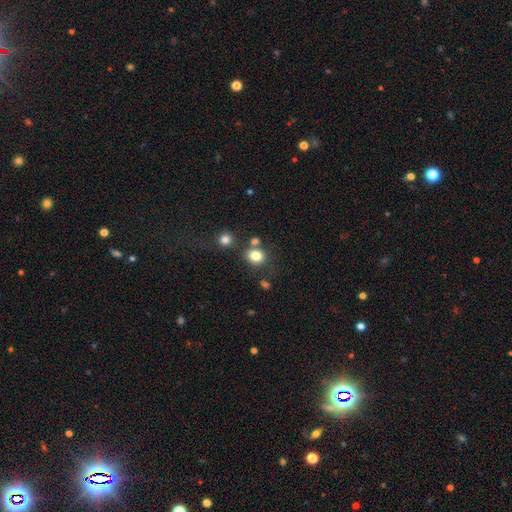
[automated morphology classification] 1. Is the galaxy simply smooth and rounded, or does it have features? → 81% smooth, 12% star or artifact, 7% featured or disk.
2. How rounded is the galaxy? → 70% round, 29% in between, 1% cigar-shaped.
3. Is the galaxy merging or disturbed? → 65% none, 17% merger, 12% minor disturbance, 5% major disturbance.